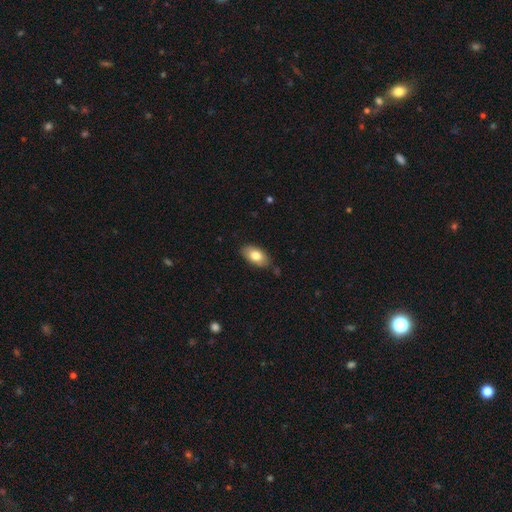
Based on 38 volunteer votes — A smooth galaxy with no disk features (95%) that is in between round and cigar-shaped (94%). Merging: none (76%).